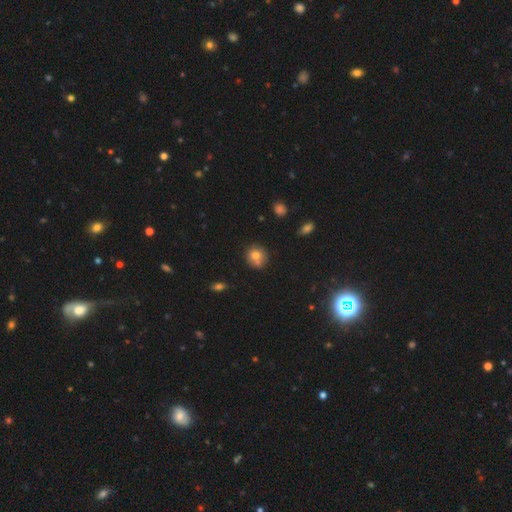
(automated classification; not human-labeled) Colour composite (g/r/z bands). It shows a smooth galaxy with no disk features (73%) that is round (85%). Merging: none (60%).